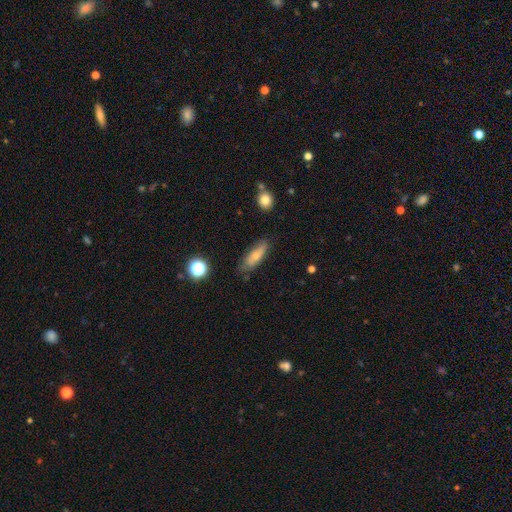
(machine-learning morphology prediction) Smooth or featured? smooth (71%)
How rounded? in between (50%)
Merging? none (73%)